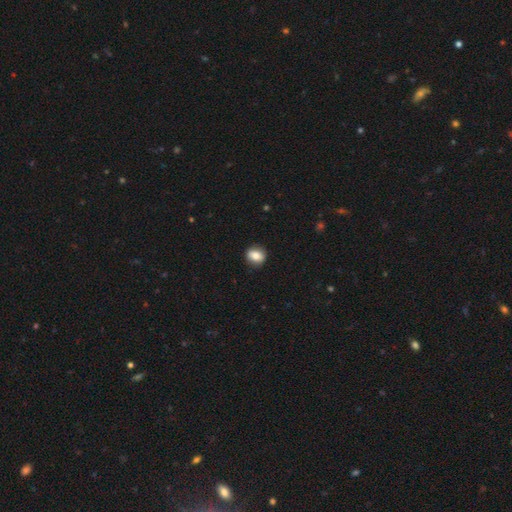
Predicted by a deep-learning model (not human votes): A smooth galaxy with no disk features (77%) that is round (57%). Merging: none (87%).